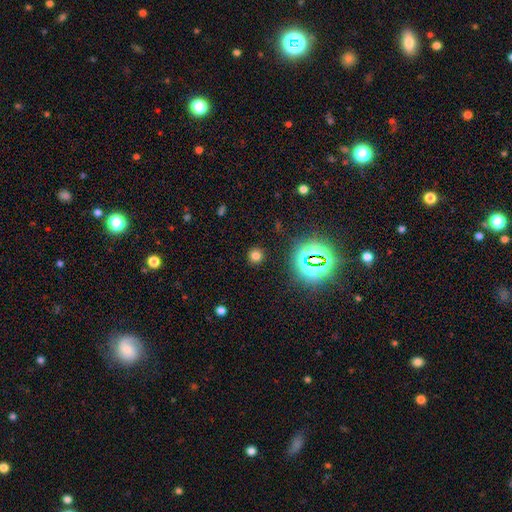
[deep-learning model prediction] This is likely a smooth galaxy (70%). How rounded: clearly round (91%). Merging: clearly none (89%).